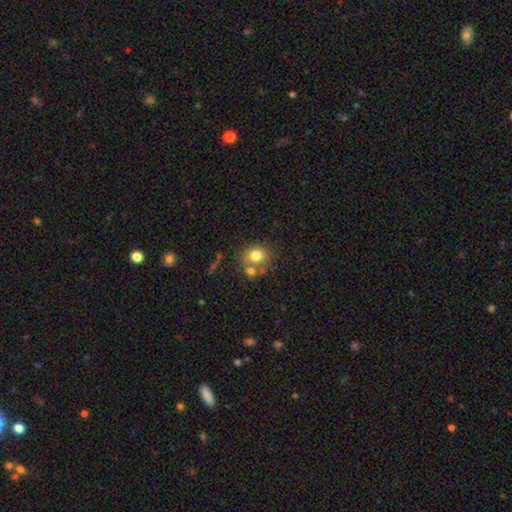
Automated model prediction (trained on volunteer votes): smooth-or-featured: smooth: 76% | featured or disk: 13% | star or artifact: 11%
  how-rounded: round: 70% | in between: 29% | cigar-shaped: 1%
  merging: none: 53% | merger: 29% | minor disturbance: 13% | major disturbance: 5%